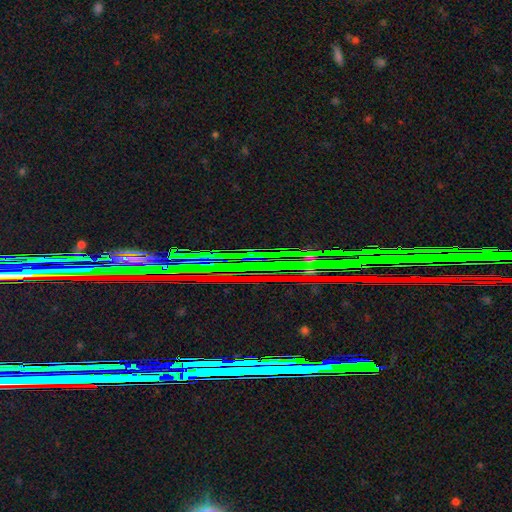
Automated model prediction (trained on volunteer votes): This is likely a star or artifact rather than a galaxy (77%).